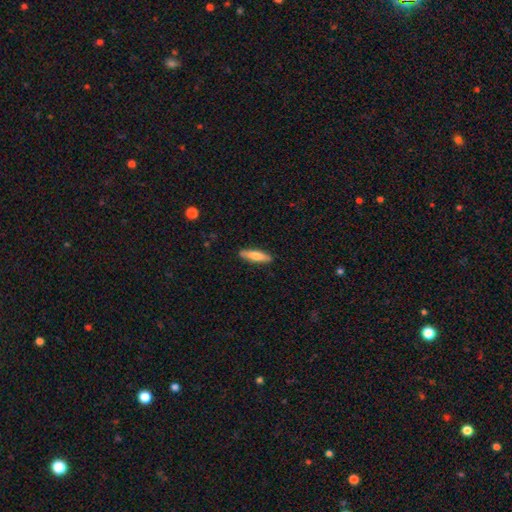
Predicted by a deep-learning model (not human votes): A smooth galaxy with no disk features (73%) that is cigar-shaped (71%). Merging: none (88%).